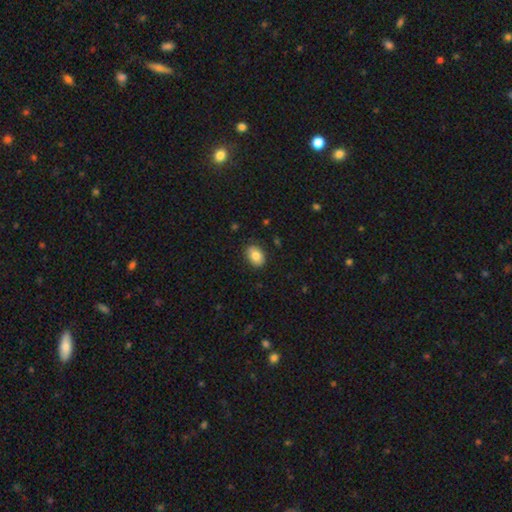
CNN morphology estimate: smooth_or_featured: smooth (p=0.83) [alt: featured or disk p=0.09]
how_rounded: in between (p=0.74) [alt: round p=0.25]
merging: none (p=0.86) [alt: minor disturbance p=0.11]